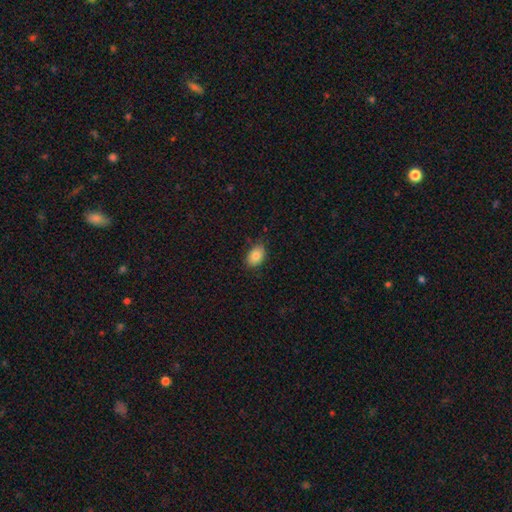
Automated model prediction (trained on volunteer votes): Smooth or featured? smooth (83%)
How rounded? in between (82%)
Merging? none (78%)